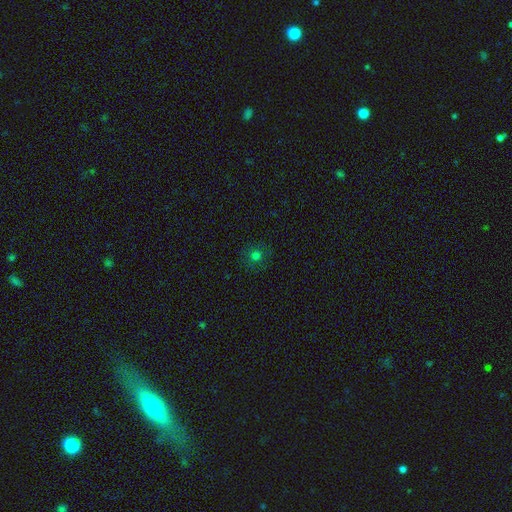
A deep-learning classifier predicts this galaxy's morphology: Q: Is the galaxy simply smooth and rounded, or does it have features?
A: smooth — 72%.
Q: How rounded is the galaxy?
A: round — 91%.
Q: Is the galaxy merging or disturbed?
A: none — 87%.